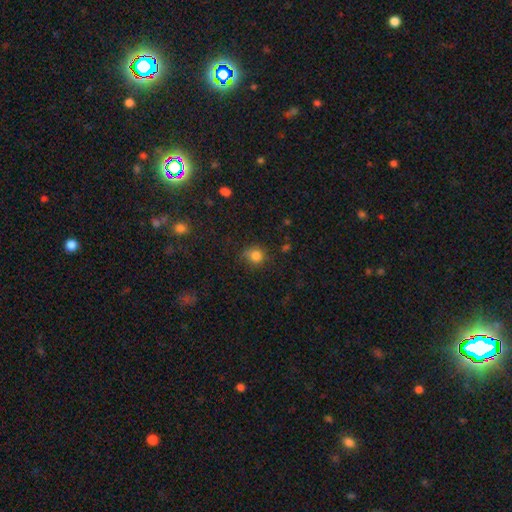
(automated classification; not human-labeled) Q: Smooth or featured?
A: smooth (82%); runner-up: star or artifact (12%)
Q: How rounded?
A: round (87%); runner-up: in between (12%)
Q: Merging?
A: none (73%); runner-up: minor disturbance (19%)